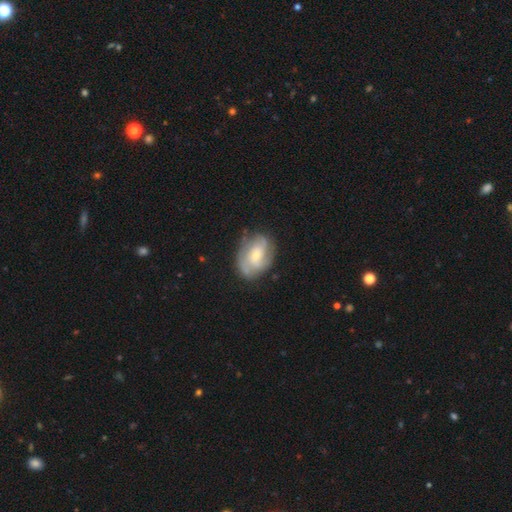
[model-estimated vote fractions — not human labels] smooth-or-featured: featured or disk: 71% | smooth: 23% | star or artifact: 6%
  disk-edge-on: no: 97% | yes: 3%
    bar: no: 57% | weak: 35% | strong: 7%
    has-spiral-arms: yes: 88% | no: 12%
      spiral-winding: tight: 46% | medium: 40% | loose: 14%
      spiral-arm-count: 2: 39% | can't tell: 29% | 3: 20% | 1: 5% | 4: 4% | more than 4: 3%
    bulge-size: small: 47% | moderate: 44% | large: 5% | none: 3% | dominant: 1%
  merging: none: 69% | minor disturbance: 21% | major disturbance: 8% | merger: 2%